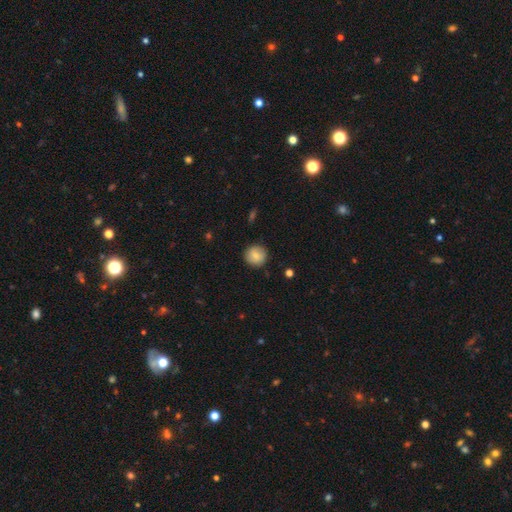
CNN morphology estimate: Smooth or featured? smooth (79%)
How rounded? round (93%)
Merging? none (88%)